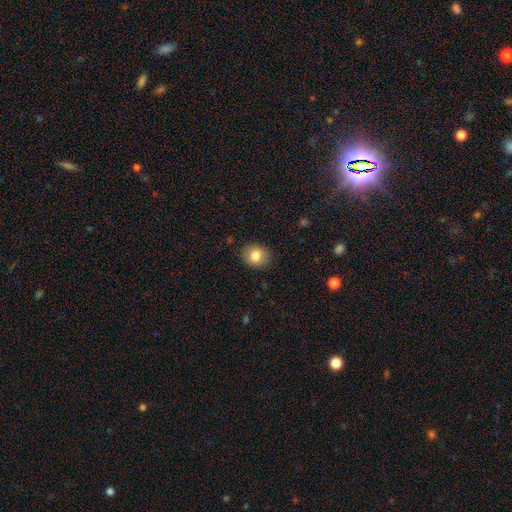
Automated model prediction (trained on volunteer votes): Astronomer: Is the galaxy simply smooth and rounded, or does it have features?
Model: smooth — 82%.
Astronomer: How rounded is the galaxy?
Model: round — 66%.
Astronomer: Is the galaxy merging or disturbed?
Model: none — 87%.